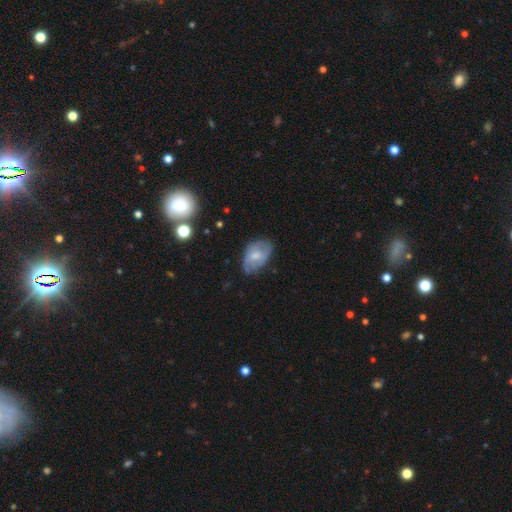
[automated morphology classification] smooth-or-featured: smooth: 49% | featured or disk: 44% | star or artifact: 7%
  merging: none: 61% | minor disturbance: 29% | major disturbance: 8% | merger: 2%